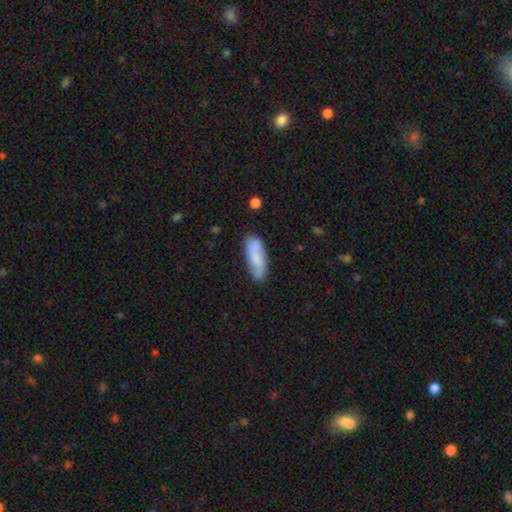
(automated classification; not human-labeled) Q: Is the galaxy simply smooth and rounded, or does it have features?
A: smooth — 64%.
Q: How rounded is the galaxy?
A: in between — 63%.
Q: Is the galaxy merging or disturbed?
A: none — 80%.